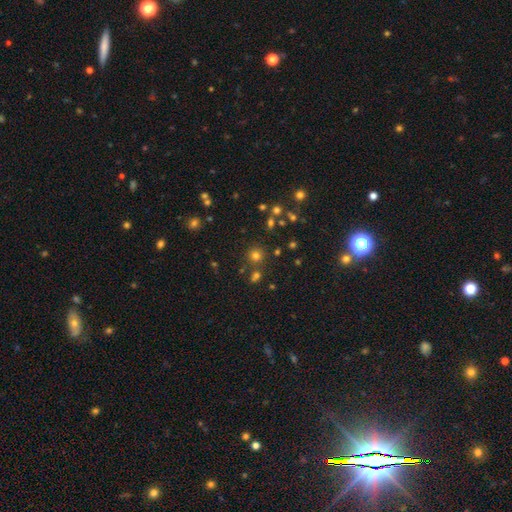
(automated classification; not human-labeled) This appears to be a smooth galaxy with no disk features (69%) that is round (92%). Merging: none (81%).